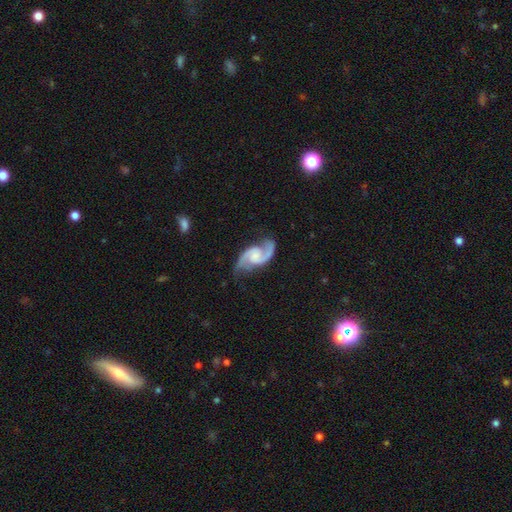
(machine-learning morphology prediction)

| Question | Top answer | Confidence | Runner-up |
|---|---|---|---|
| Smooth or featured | featured or disk | 92% | smooth (4%) |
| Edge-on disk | no | 98% | yes (2%) |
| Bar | no | 52% | weak (39%) |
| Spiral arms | yes | 98% | no (2%) |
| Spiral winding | medium | 53% | loose (34%) |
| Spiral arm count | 2 | 94% | can't tell (1%) |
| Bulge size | small | 39% | moderate (28%) |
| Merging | none | 75% | minor disturbance (17%) |